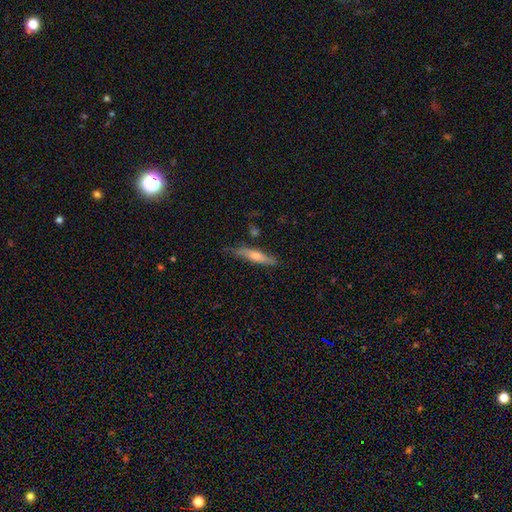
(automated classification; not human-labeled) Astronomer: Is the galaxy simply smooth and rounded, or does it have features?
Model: featured or disk — 48% (runner-up: smooth, 45%).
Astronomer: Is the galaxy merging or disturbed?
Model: none — 77%.